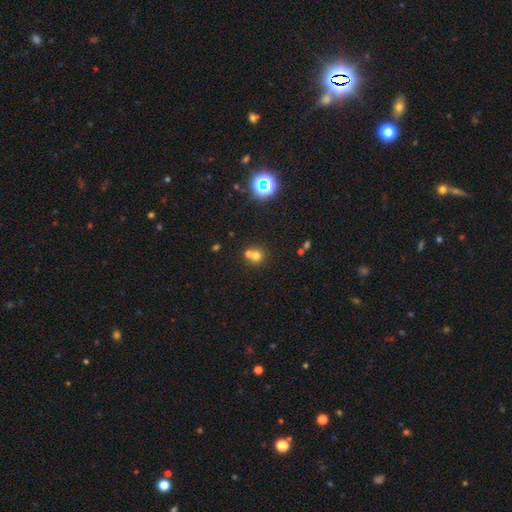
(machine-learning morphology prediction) This is likely a smooth galaxy (64%). How rounded: clearly round (88%). Merging: possibly none (46%, tied with merger).